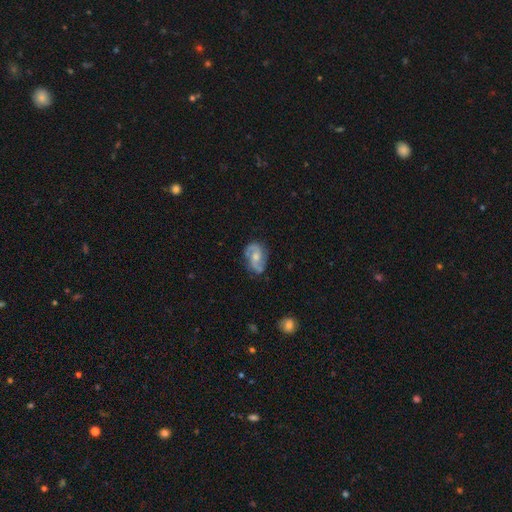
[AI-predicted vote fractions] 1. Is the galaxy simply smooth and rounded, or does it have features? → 80% featured or disk, 14% smooth, 6% star or artifact.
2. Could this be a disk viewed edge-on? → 97% no, 3% yes.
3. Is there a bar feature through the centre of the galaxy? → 50% no, 40% weak, 10% strong.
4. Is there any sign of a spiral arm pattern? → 95% yes, 5% no.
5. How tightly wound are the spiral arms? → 48% medium, 32% loose, 20% tight.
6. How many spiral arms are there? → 89% 2, 5% can't tell, 2% 3, 2% 1, 1% 4, 1% more than 4.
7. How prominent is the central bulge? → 59% moderate, 31% small, 5% large, 5% none, 1% dominant.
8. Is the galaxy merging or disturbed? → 76% none, 18% minor disturbance, 5% major disturbance, 2% merger.